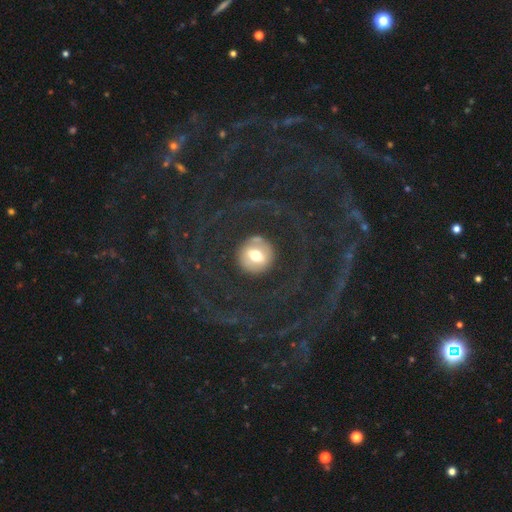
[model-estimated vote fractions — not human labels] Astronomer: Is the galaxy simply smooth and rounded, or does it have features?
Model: featured or disk — 47% (runner-up: smooth, 40%).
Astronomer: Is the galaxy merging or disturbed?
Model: none — 72%.